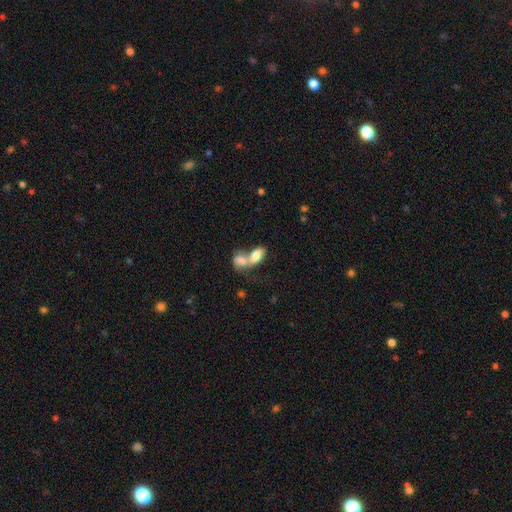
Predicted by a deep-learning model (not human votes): Smooth or featured?
  - smooth: 74% *
  - featured or disk: 18%
  - star or artifact: 8%
How rounded?
  - in between: 87% *
  - round: 8%
  - cigar-shaped: 5%
Merging?
  - merger: 76% *
  - none: 14%
  - minor disturbance: 6%
  - major disturbance: 5%